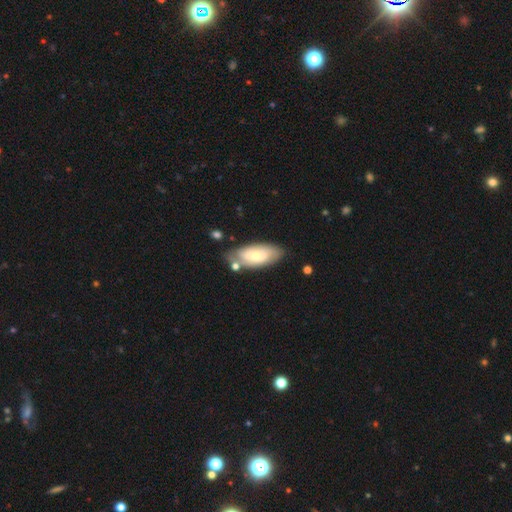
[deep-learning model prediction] This is possibly a smooth galaxy (55%). How rounded: clearly in between (86%). Merging: likely none (66%).